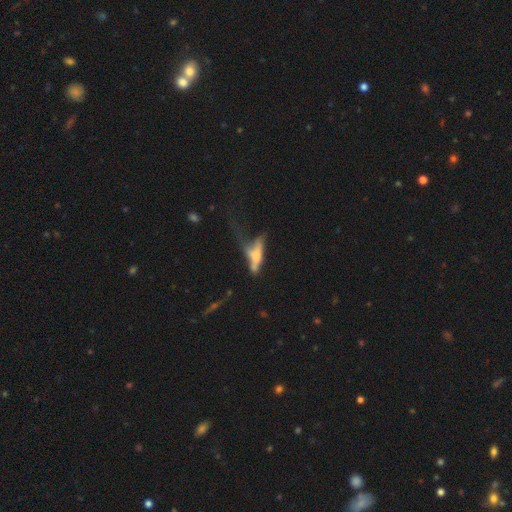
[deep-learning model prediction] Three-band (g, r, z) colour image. It shows a smooth galaxy with no disk features (46%). Merging: major disturbance (44%).